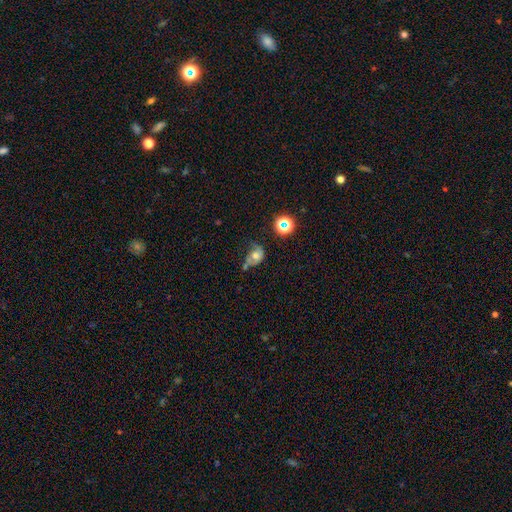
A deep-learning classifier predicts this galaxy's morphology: smooth-or-featured: smooth: 49% | featured or disk: 35% | star or artifact: 16%
  merging: minor disturbance: 31% | none: 27% | major disturbance: 26% | merger: 16%